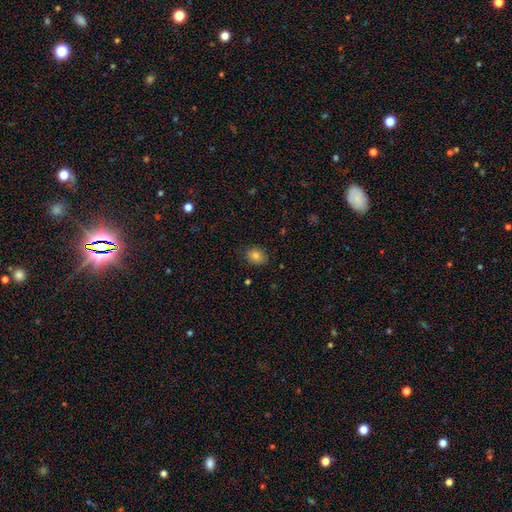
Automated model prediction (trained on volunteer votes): This appears to be a smooth galaxy with no disk features (82%) that is in between round and cigar-shaped (54%). Merging: none (84%).